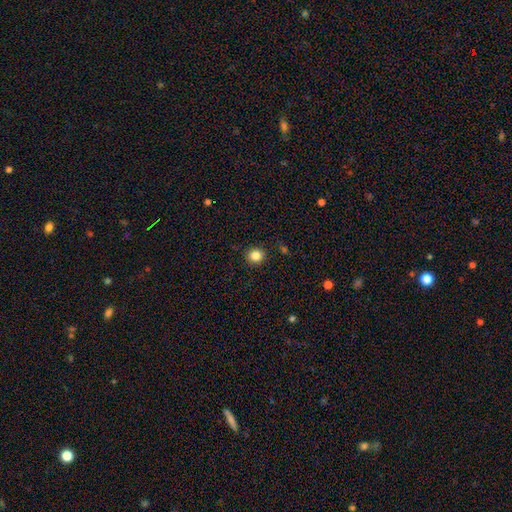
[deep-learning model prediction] Smooth or featured?
  - smooth: 83% *
  - star or artifact: 11%
  - featured or disk: 5%
How rounded?
  - round: 87% *
  - in between: 12%
  - cigar-shaped: 1%
Merging?
  - none: 90% *
  - minor disturbance: 7%
  - major disturbance: 2%
  - merger: 1%